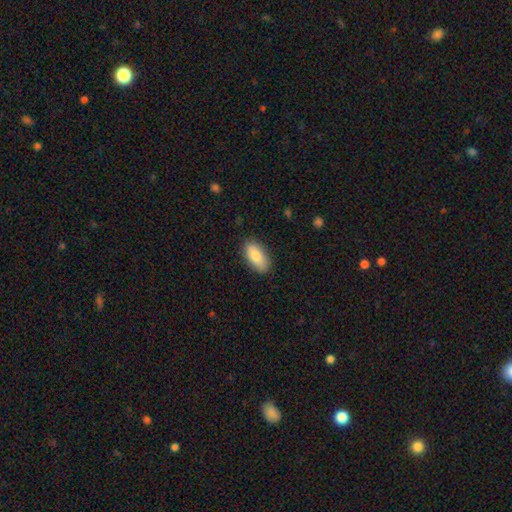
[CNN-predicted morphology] A smooth galaxy with no disk features (83%) that is in between round and cigar-shaped (91%). Merging: none (86%).